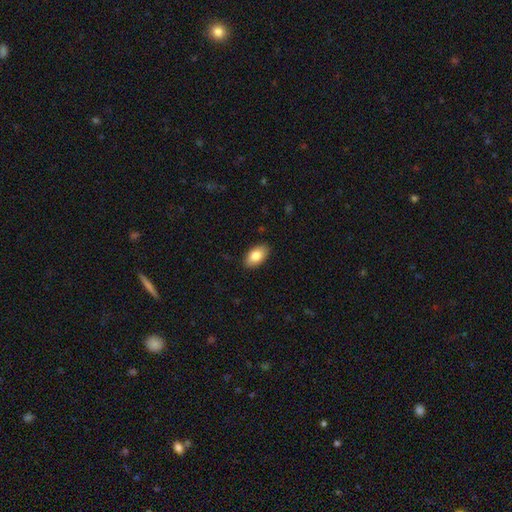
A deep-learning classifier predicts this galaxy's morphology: Smooth or featured? smooth (83%)
How rounded? in between (93%)
Merging? none (88%)